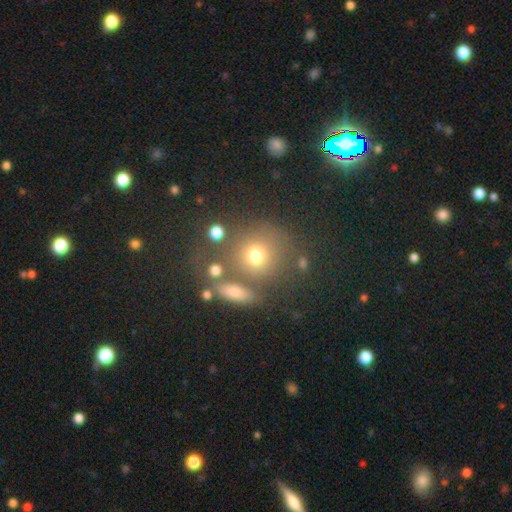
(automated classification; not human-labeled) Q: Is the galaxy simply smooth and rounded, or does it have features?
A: smooth — 71%.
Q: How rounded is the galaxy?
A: round — 82%.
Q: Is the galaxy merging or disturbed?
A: none — 65%.